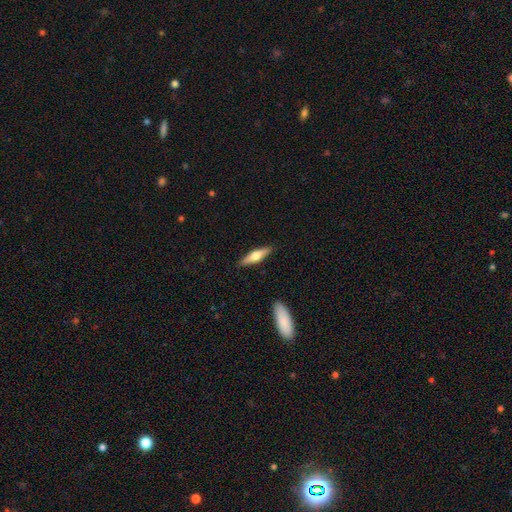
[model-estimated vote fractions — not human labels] smooth 48%, featured or disk 46%, star or artifact 5%. Down the decision tree: merging — none (89%).